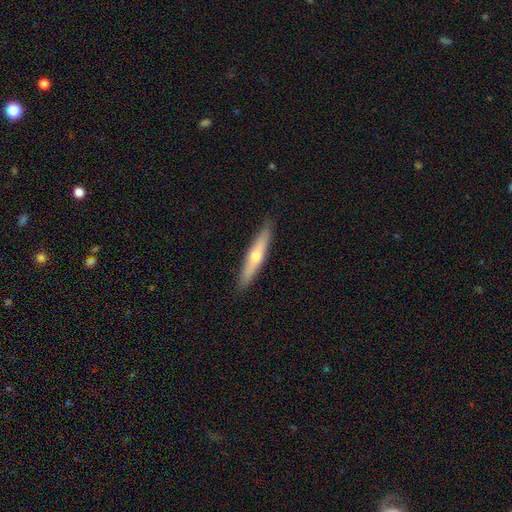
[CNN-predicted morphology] Q: Smooth or featured?
A: featured or disk (47%); tied with: smooth (47%)
Q: Merging?
A: none (90%); runner-up: minor disturbance (8%)